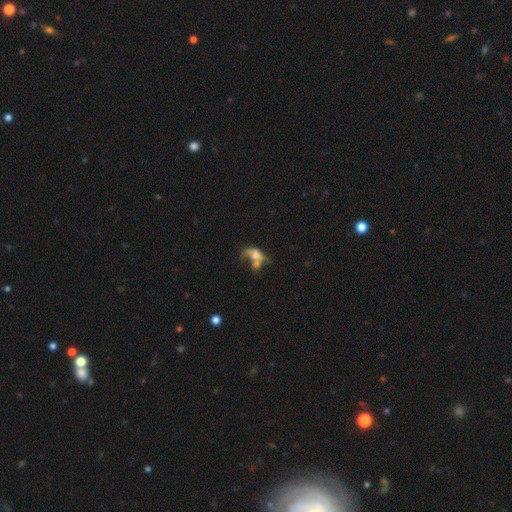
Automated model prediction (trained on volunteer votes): Smooth or featured?
  - smooth: 47% *
  - featured or disk: 40%
  - star or artifact: 13%
Merging?
  - merger: 43% *
  - major disturbance: 32%
  - none: 15%
  - minor disturbance: 10%